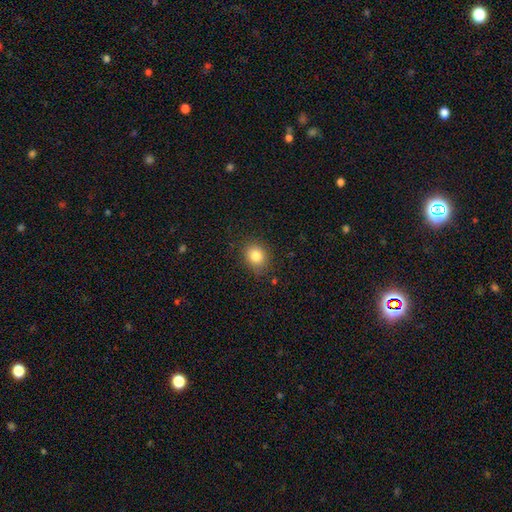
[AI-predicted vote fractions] Smooth or featured?
  - smooth: 83% *
  - star or artifact: 10%
  - featured or disk: 6%
How rounded?
  - round: 59% *
  - in between: 40%
  - cigar-shaped: 1%
Merging?
  - none: 83% *
  - minor disturbance: 13%
  - major disturbance: 3%
  - merger: 1%